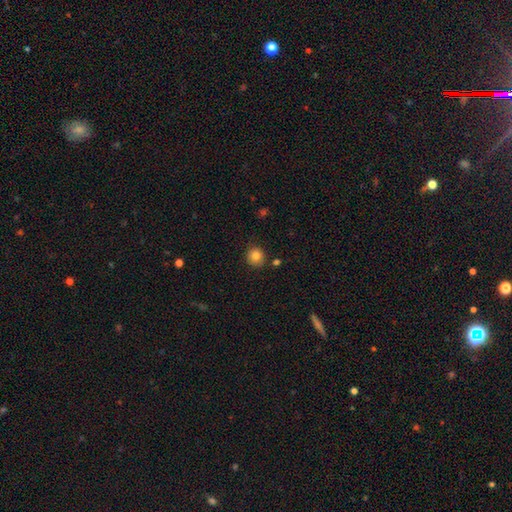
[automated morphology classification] smooth-or-featured: smooth: 83% | star or artifact: 10% | featured or disk: 6%
  how-rounded: round: 88% | in between: 11% | cigar-shaped: 1%
  merging: none: 85% | minor disturbance: 10% | merger: 3% | major disturbance: 2%